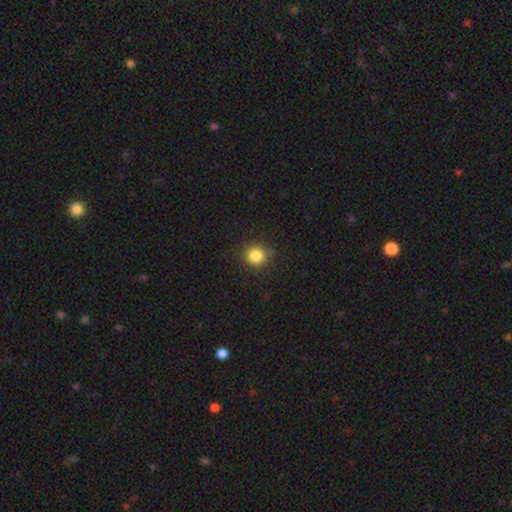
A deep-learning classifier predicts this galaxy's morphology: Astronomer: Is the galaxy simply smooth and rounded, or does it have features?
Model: smooth — 84%.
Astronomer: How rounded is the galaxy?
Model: round — 87%.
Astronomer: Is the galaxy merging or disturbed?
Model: none — 83%.